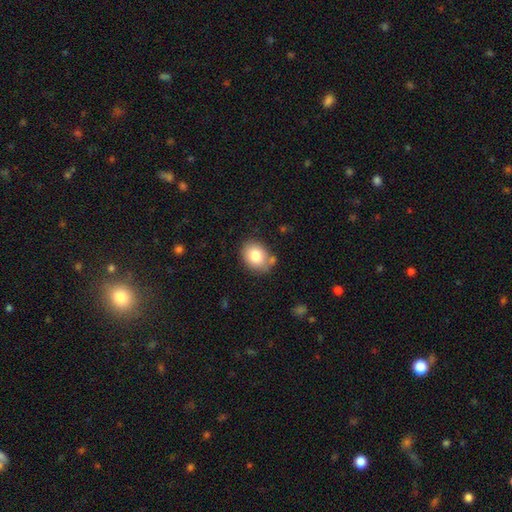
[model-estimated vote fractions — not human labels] Smooth or featured?
  - smooth: 81% *
  - featured or disk: 11%
  - star or artifact: 9%
How rounded?
  - in between: 61% *
  - round: 38%
  - cigar-shaped: 1%
Merging?
  - none: 75% *
  - minor disturbance: 15%
  - merger: 6%
  - major disturbance: 4%